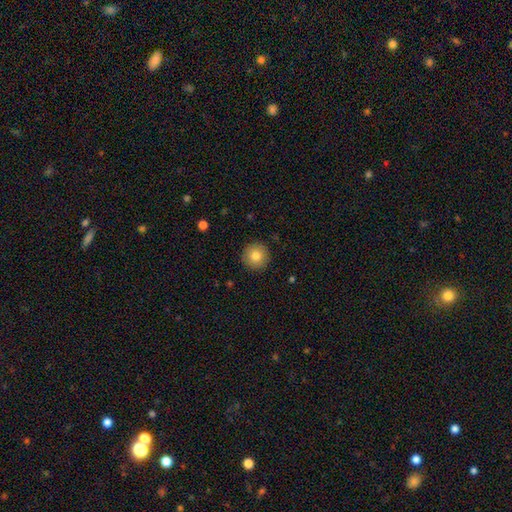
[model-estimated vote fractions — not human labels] Morphology: type=smooth (82%); roundness=round (95%); merging=none (91%).